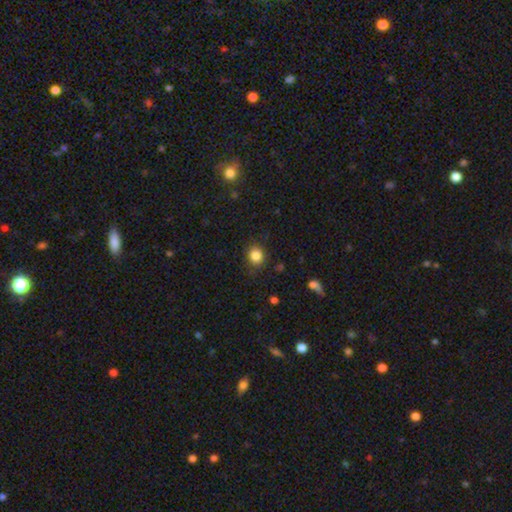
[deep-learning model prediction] This is clearly a smooth galaxy (84%). How rounded: clearly round (82%). Merging: clearly none (86%).